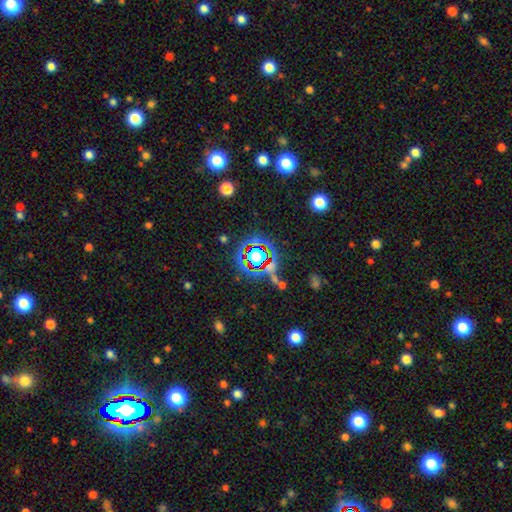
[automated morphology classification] A star or artifact, not a galaxy (61%).